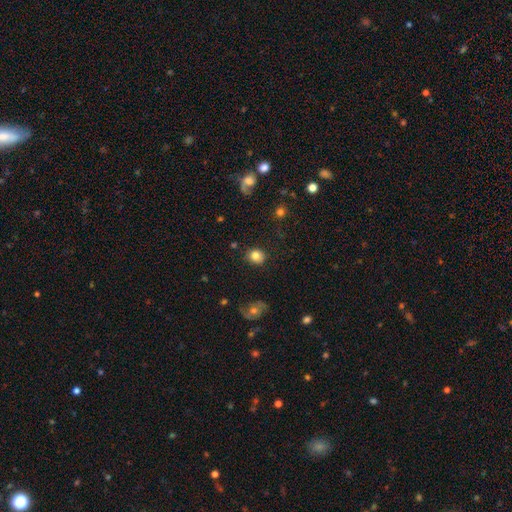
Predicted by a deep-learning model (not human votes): Smooth or featured? Predicted: smooth (p=0.82). How rounded? Predicted: round (p=0.72). Merging? Predicted: none (p=0.86).